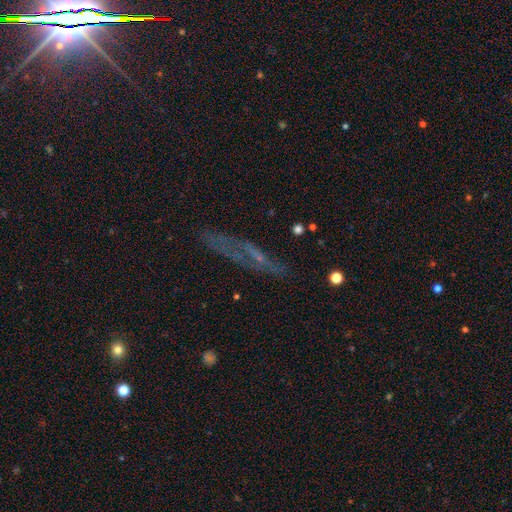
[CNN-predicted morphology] Q: Smooth or featured?
A: featured or disk (48%); runner-up: smooth (30%)
Q: Merging?
A: none (65%); runner-up: minor disturbance (19%)